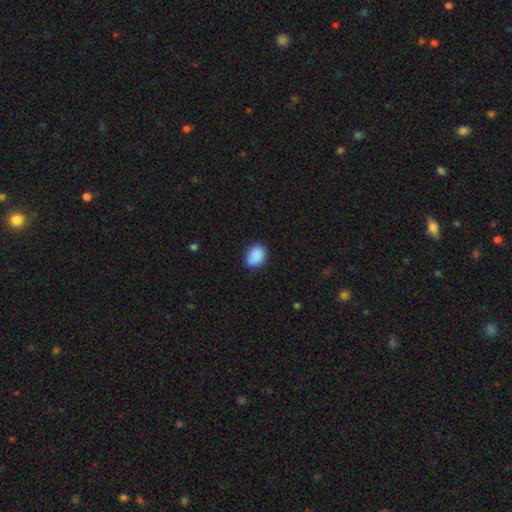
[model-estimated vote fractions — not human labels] A smooth galaxy with no disk features (89%) that is in between round and cigar-shaped (64%). Merging: none (79%).